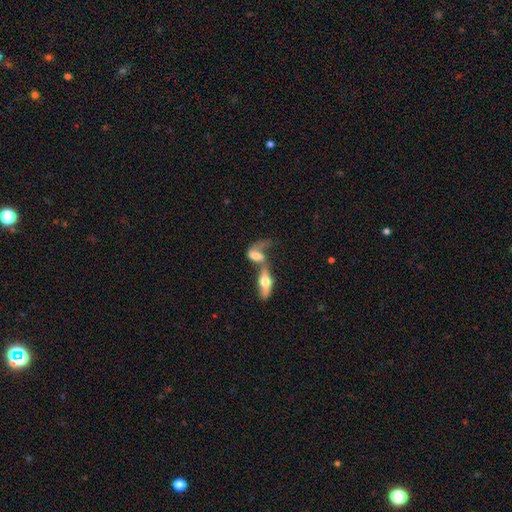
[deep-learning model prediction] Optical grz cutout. It shows a featured or disk galaxy (48%). Merging: merger (73%).